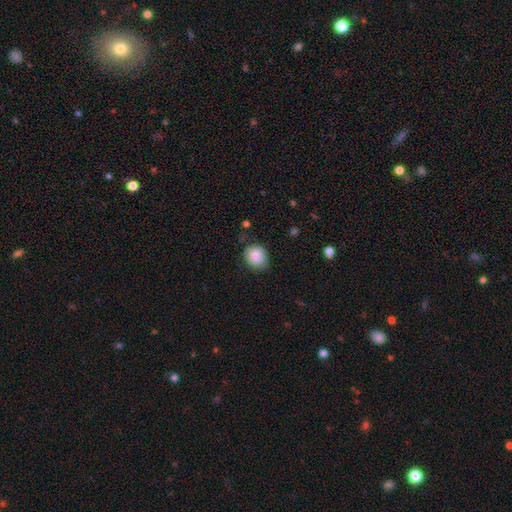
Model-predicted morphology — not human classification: Overall: smooth (82%). How rounded: round (70%). Merging: none (73%).